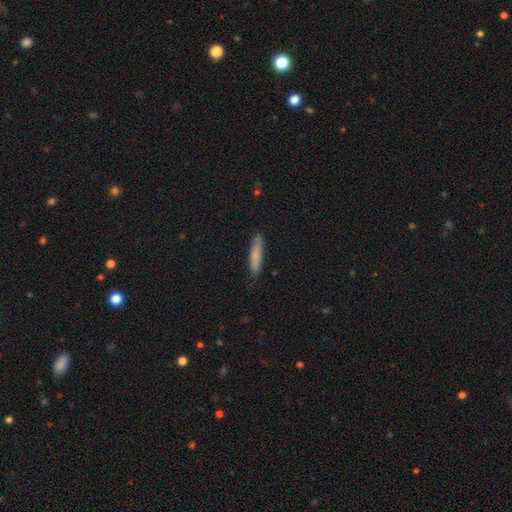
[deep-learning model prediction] Smooth or featured?
  - smooth: 79% *
  - featured or disk: 15%
  - star or artifact: 6%
How rounded?
  - cigar-shaped: 88% *
  - in between: 11%
  - round: 1%
Merging?
  - none: 84% *
  - minor disturbance: 13%
  - major disturbance: 2%
  - merger: 1%